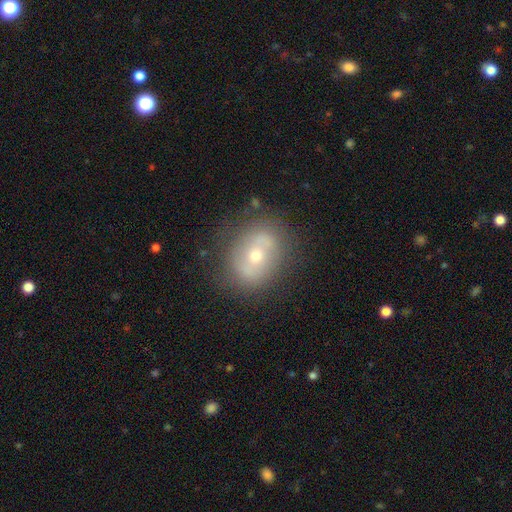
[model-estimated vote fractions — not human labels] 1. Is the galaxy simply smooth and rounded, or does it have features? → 56% featured or disk, 35% smooth, 9% star or artifact.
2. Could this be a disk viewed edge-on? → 94% no, 6% yes.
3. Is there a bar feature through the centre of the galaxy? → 49% no, 32% weak, 19% strong.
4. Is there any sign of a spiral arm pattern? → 55% no, 45% yes.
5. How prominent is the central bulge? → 58% moderate, 37% small, 3% large, 1% dominant, 1% none.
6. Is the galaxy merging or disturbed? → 79% none, 14% minor disturbance, 6% major disturbance, 2% merger.